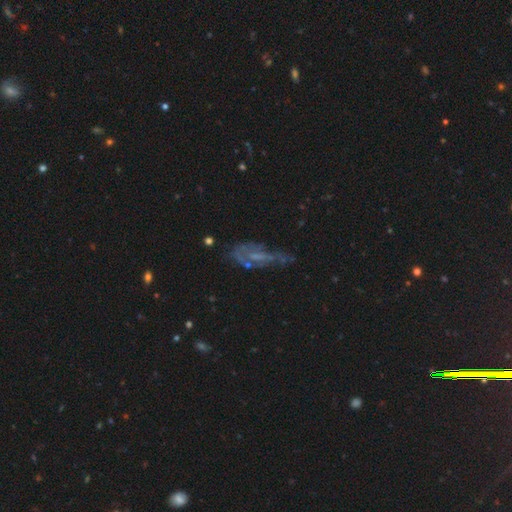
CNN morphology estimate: smooth-or-featured: featured or disk: 59% | smooth: 22% | star or artifact: 18%
  disk-edge-on: no: 86% | yes: 14%
    bar: no: 60% | weak: 28% | strong: 12%
    has-spiral-arms: yes: 51% | no: 49%
    bulge-size: none: 49% | small: 34% | moderate: 13% | large: 2% | dominant: 1%
  merging: none: 36% | major disturbance: 33% | minor disturbance: 23% | merger: 7%